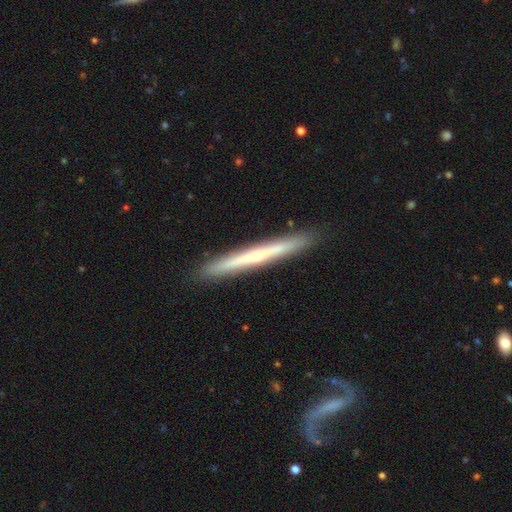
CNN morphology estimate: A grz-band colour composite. It shows a featured or disk galaxy (60%) viewed edge-on (96%) with no central bulge (61%). Merging: none (92%).